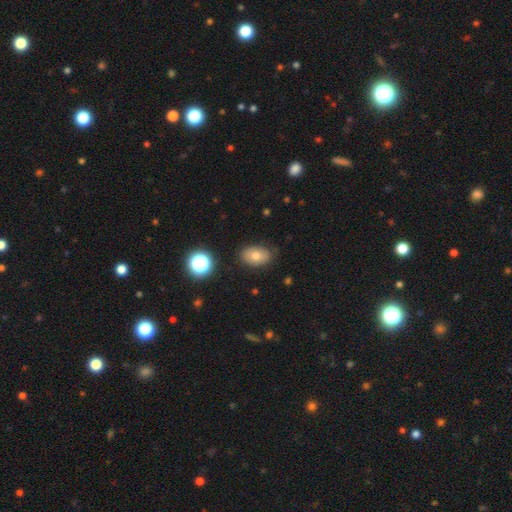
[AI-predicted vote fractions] smooth 73%, featured or disk 16%, star or artifact 11%. Down the decision tree: how rounded — in between (86%); merging — none (82%).